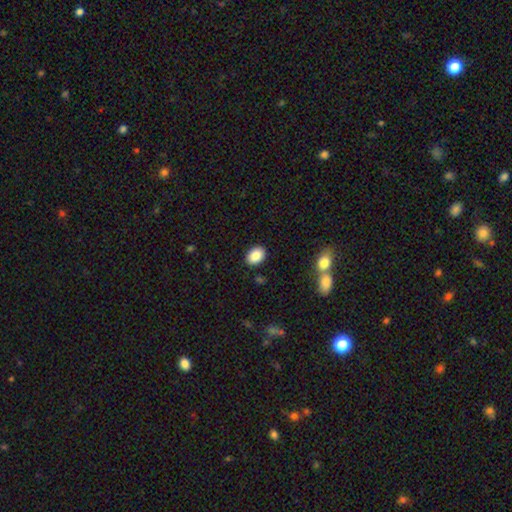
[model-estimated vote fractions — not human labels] This appears to be a smooth galaxy with no disk features (86%) that is in between round and cigar-shaped (76%). Merging: none (88%).